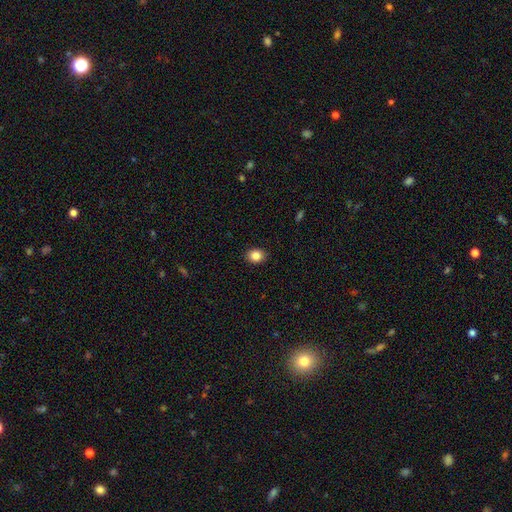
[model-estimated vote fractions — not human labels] This is clearly a smooth galaxy (85%). How rounded: possibly round (54%). Merging: clearly none (90%).